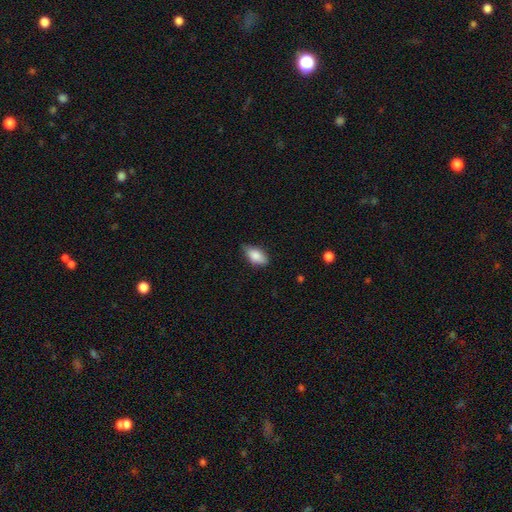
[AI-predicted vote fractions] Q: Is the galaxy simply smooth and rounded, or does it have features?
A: smooth — 84%.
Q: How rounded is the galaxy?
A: in between — 91%.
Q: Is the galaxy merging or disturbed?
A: none — 69%.